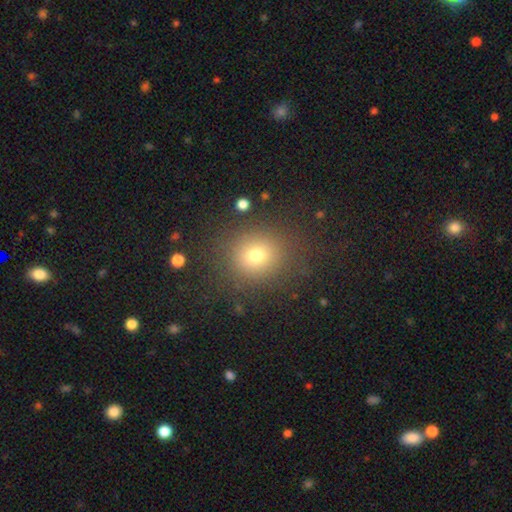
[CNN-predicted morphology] Smooth or featured? smooth (73%)
How rounded? round (82%)
Merging? none (85%)